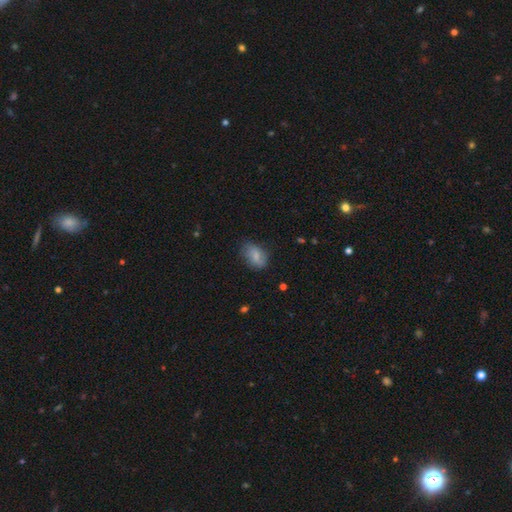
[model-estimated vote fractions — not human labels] This appears to be a smooth galaxy with no disk features (74%) that is in between round and cigar-shaped (83%). Merging: none (66%).